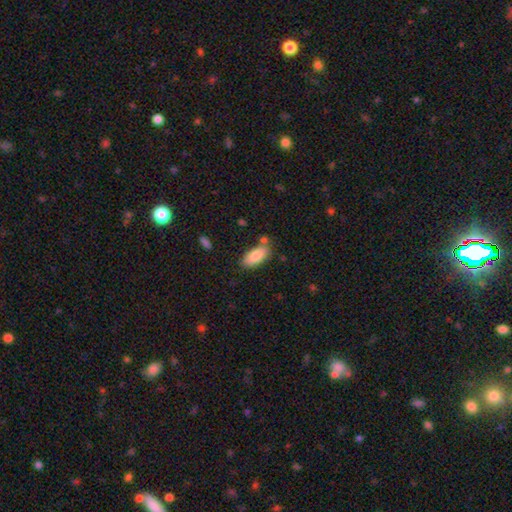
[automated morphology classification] smooth-or-featured: smooth: 84% | featured or disk: 9% | star or artifact: 6%
  how-rounded: in between: 89% | cigar-shaped: 9% | round: 2%
  merging: none: 72% | minor disturbance: 16% | merger: 9% | major disturbance: 3%